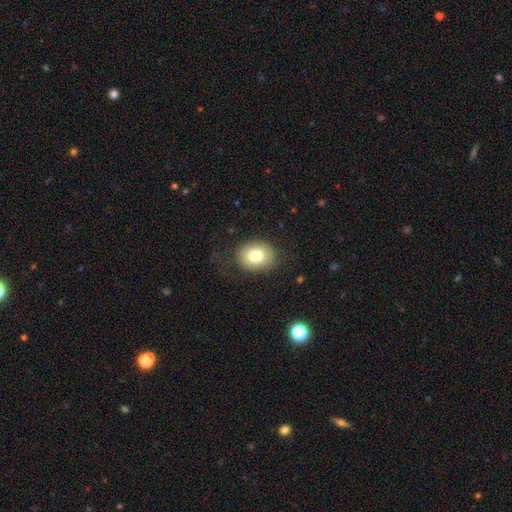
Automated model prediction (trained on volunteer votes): The model was most divided on "how rounded": in between: 53%, round: 46%, cigar-shaped: 1%. More confident: smooth or featured — smooth (79%); merging — none (76%).